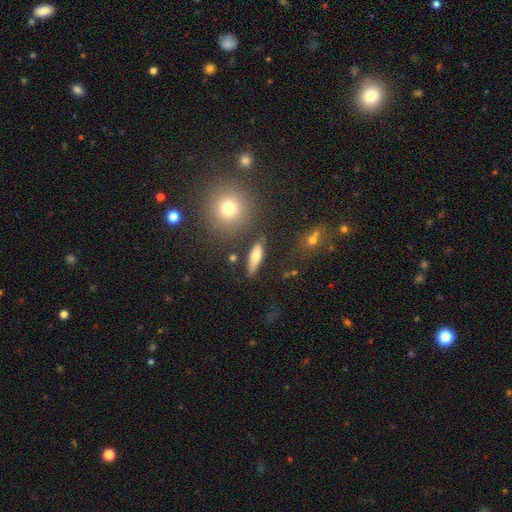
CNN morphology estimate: Smooth or featured? Predicted: smooth (p=0.64). How rounded? Predicted: cigar-shaped (p=0.50). Merging? Predicted: none (p=0.81).